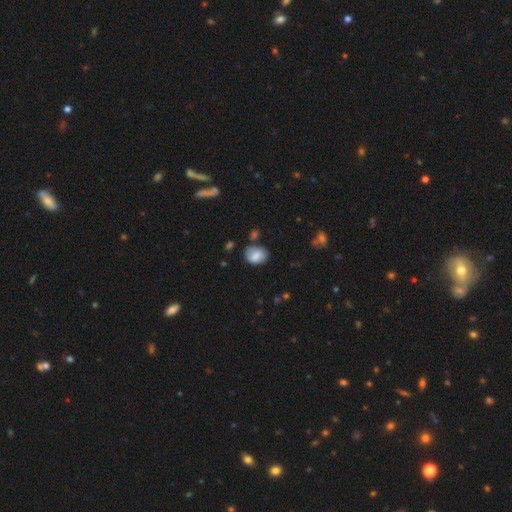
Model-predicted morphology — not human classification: Smooth or featured? smooth (76%)
How rounded? in between (61%)
Merging? none (61%)